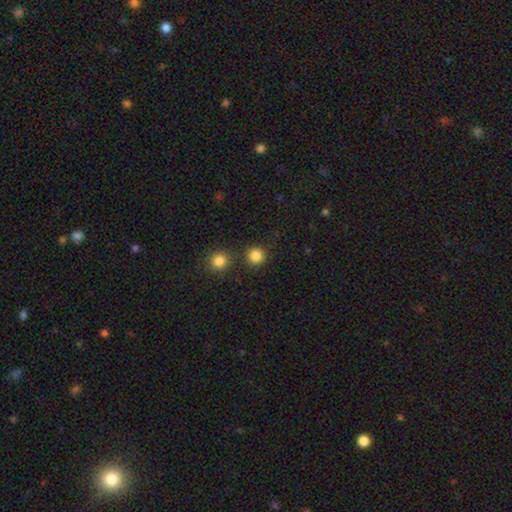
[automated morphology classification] Smooth or featured? Predicted: smooth (p=0.85). How rounded? Predicted: round (p=0.94). Merging? Predicted: none (p=0.83).